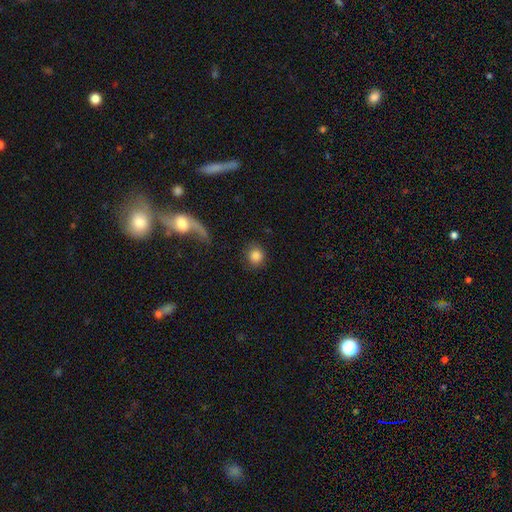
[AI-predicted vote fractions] This is clearly a smooth galaxy (86%). How rounded: clearly round (86%). Merging: clearly none (82%).